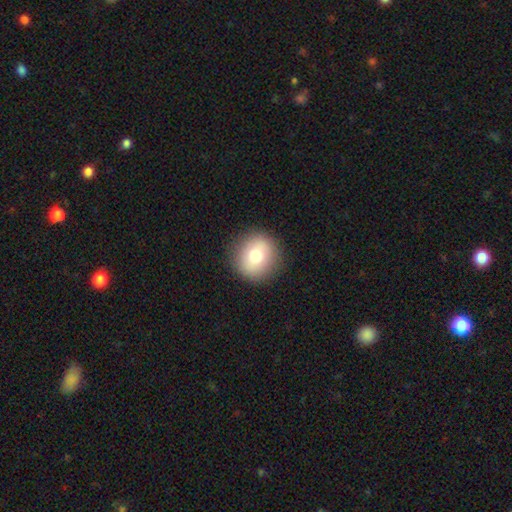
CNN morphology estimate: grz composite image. It shows a smooth galaxy with no disk features (77%) that is round (90%). Merging: none (90%).